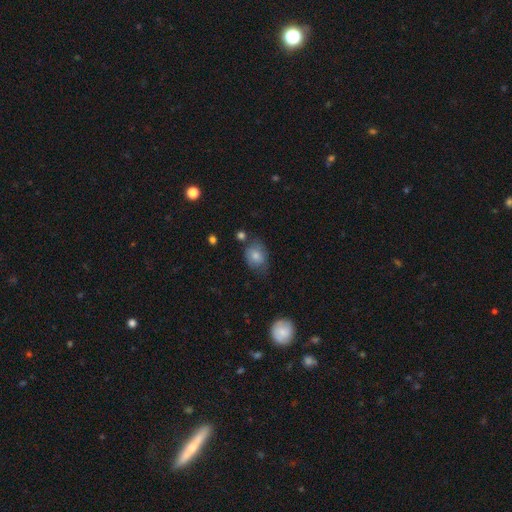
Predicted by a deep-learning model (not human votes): This appears to be a smooth galaxy with no disk features (78%) that is in between round and cigar-shaped (60%). Merging: none (58%).